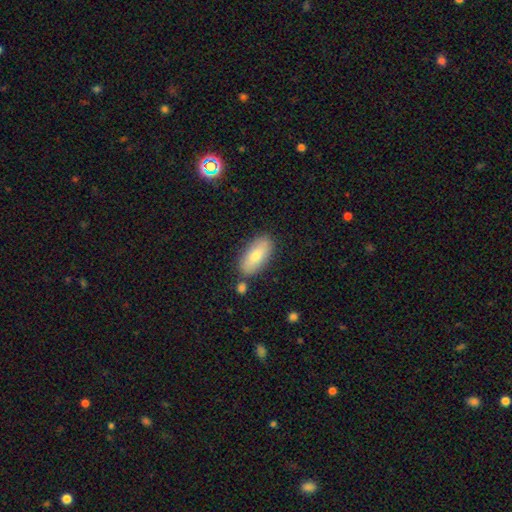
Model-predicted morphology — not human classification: This is likely a smooth galaxy (75%). How rounded: clearly in between (87%). Merging: likely none (79%).